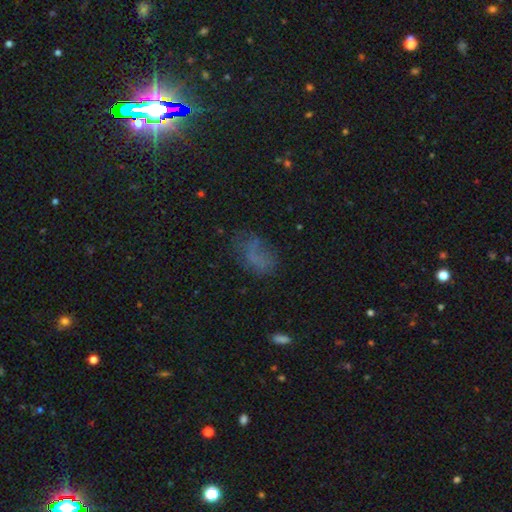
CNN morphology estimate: type=smooth (49%); merging=none (50%).